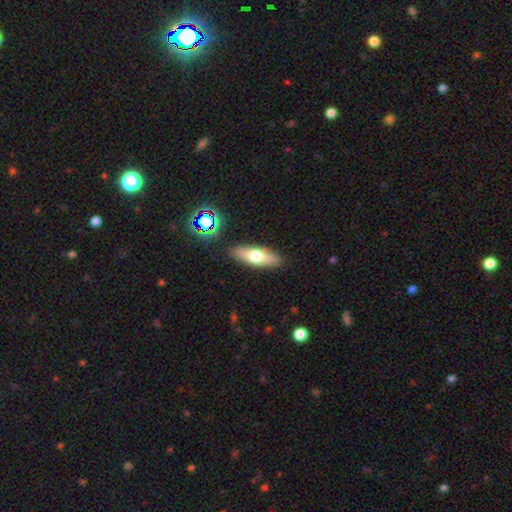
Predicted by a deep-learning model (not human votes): This appears to be a smooth galaxy with no disk features (61%) that is in between round and cigar-shaped (55%). Merging: none (88%).